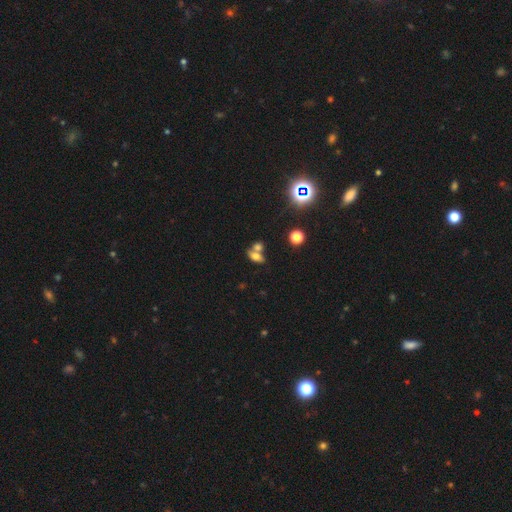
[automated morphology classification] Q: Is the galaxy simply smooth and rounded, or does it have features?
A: smooth — 64%.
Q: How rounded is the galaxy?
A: in between — 78%.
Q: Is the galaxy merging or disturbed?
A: merger — 54%.